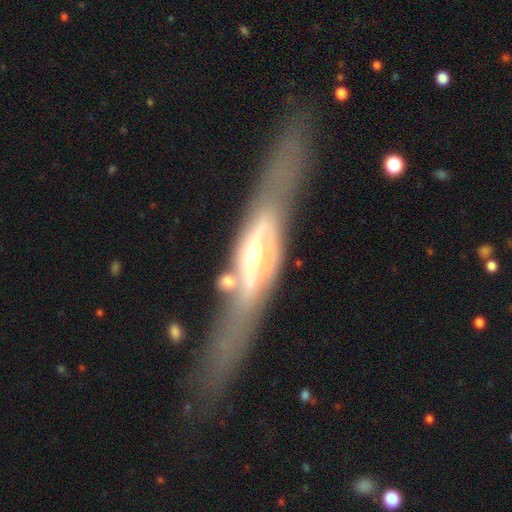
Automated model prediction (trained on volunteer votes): smooth_or_featured: featured or disk (p=0.71) [alt: smooth p=0.23]
disk_edge_on: yes (p=0.59) [alt: no p=0.41]
merging: none (p=0.49) [alt: minor disturbance p=0.20]